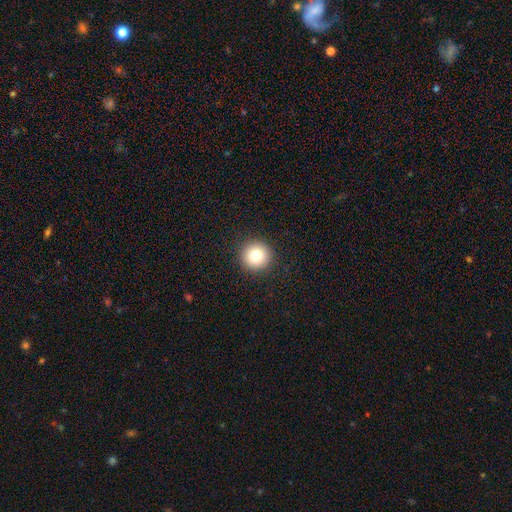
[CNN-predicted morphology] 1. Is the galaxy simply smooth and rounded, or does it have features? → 81% smooth, 11% star or artifact, 9% featured or disk.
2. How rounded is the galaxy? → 96% round, 3% in between, 1% cigar-shaped.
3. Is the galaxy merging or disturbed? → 93% none, 5% minor disturbance, 2% major disturbance, 1% merger.